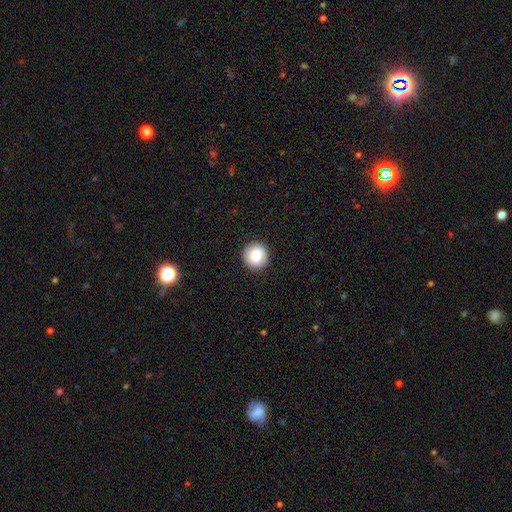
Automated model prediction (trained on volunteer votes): This appears to be a smooth galaxy with no disk features (81%) that is round (95%). Merging: none (92%).